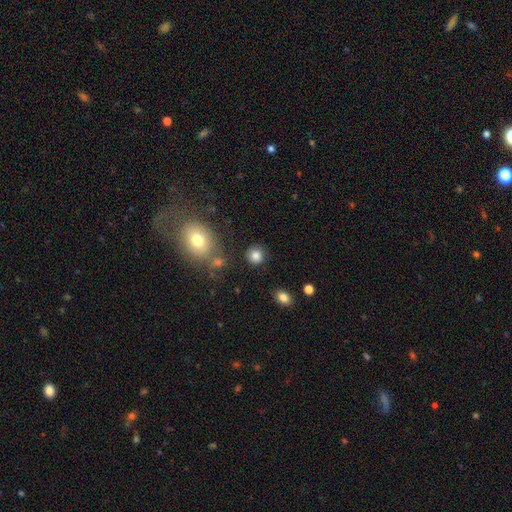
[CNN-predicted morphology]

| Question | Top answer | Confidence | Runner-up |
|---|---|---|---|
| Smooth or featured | smooth | 84% | star or artifact (10%) |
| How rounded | round | 88% | in between (11%) |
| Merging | none | 83% | minor disturbance (9%) |